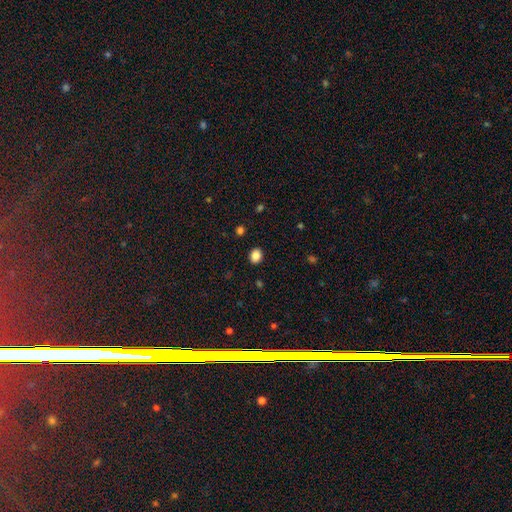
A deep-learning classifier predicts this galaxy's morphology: This is clearly a smooth galaxy (86%). How rounded: possibly round (55%). Merging: clearly none (90%).